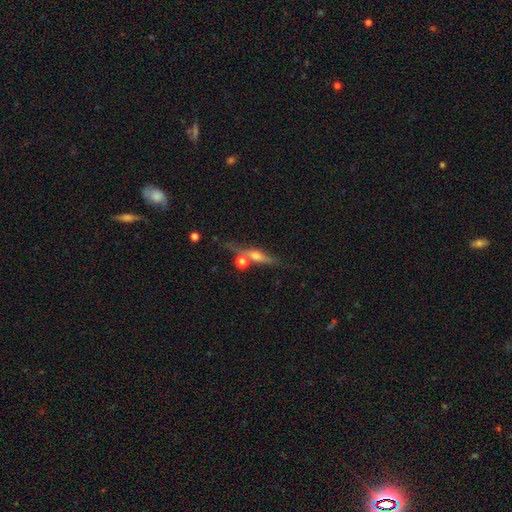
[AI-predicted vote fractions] Overall: featured or disk (59%; smooth 32%). Edge-on disk: yes (89%). Edge-on bulge: rounded (87%). Merging: none (61%).